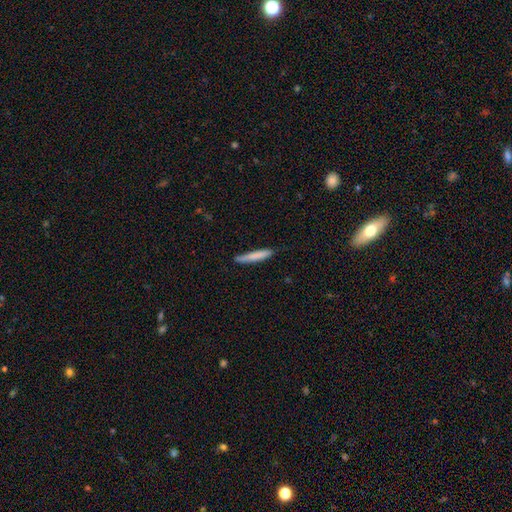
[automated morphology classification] A smooth galaxy with no disk features (79%) that is cigar-shaped (93%). Merging: none (81%).